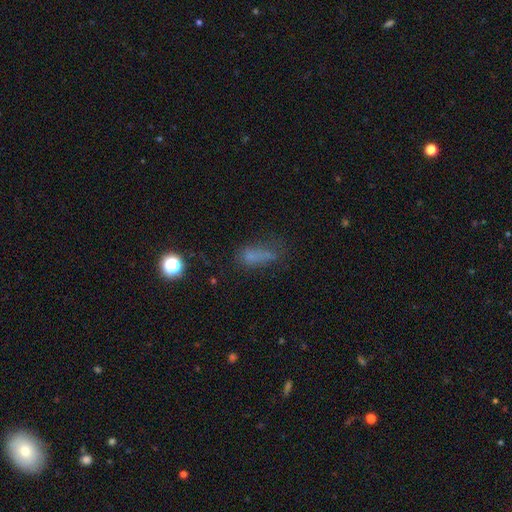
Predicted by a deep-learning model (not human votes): Smooth or featured? smooth (61%)
How rounded? in between (66%)
Merging? none (41%)